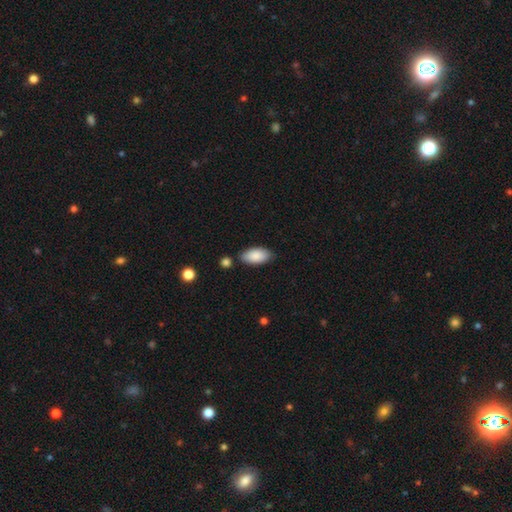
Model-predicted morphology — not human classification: smooth 88%, featured or disk 6%, star or artifact 6%. Down the decision tree: how rounded — in between (93%); merging — none (78%).